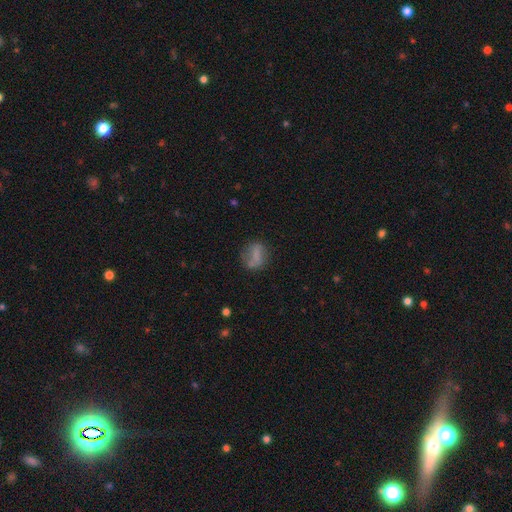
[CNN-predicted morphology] smooth 67%, featured or disk 23%, star or artifact 10%. Down the decision tree: how rounded — in between (51%); merging — none (61%).